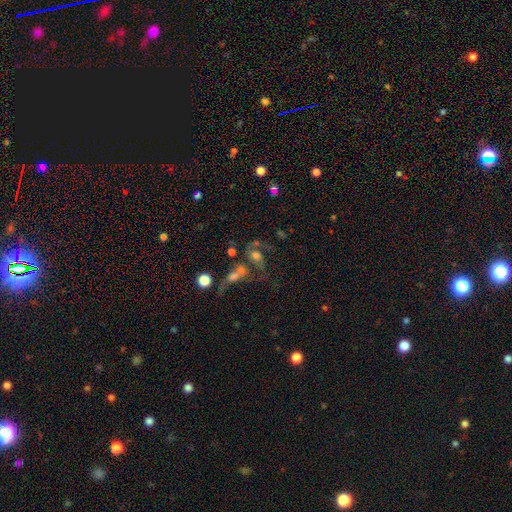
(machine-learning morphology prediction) A featured or disk galaxy (51%).

Vote fractions:
- Smooth or featured? featured or disk: 51% / smooth: 34% / star or artifact: 16%
- Edge-on disk? no: 95% / yes: 5%
- Merging? merger: 44% / none: 24% / major disturbance: 22% / minor disturbance: 11%